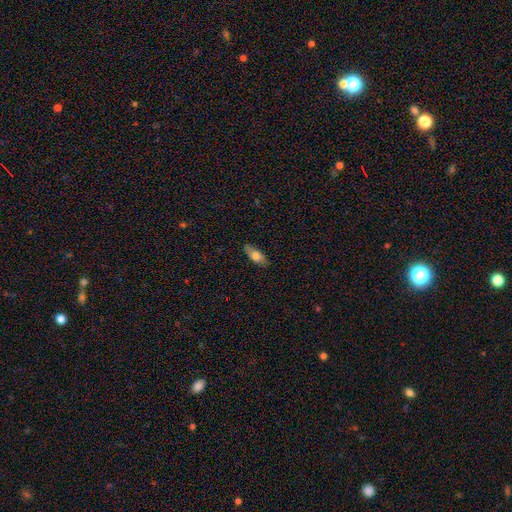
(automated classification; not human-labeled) Smooth or featured? smooth (70%)
How rounded? in between (77%)
Merging? none (81%)